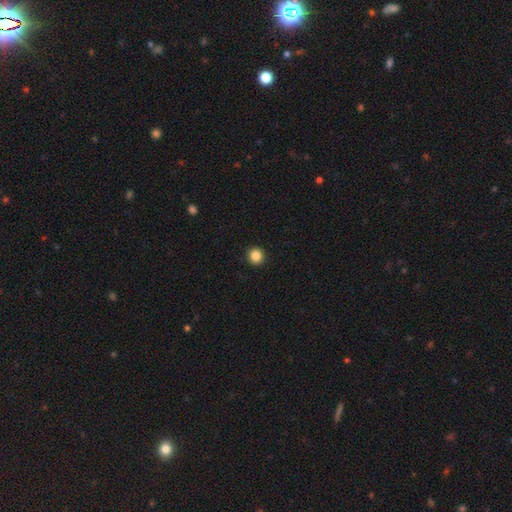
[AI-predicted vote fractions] Smooth or featured? smooth (86%)
How rounded? round (95%)
Merging? none (93%)